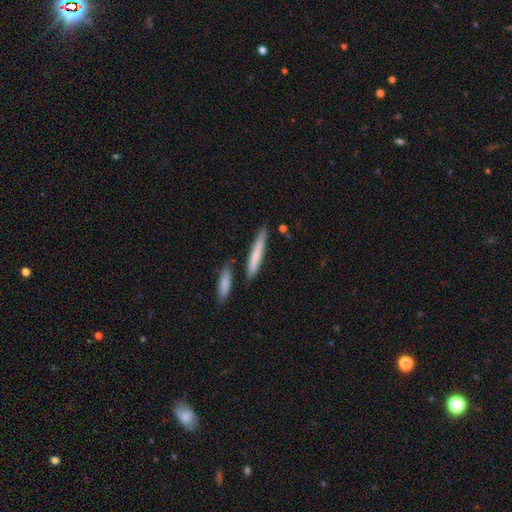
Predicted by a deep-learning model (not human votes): Overall: smooth (71%). How rounded: cigar-shaped (93%). Merging: none (80%).